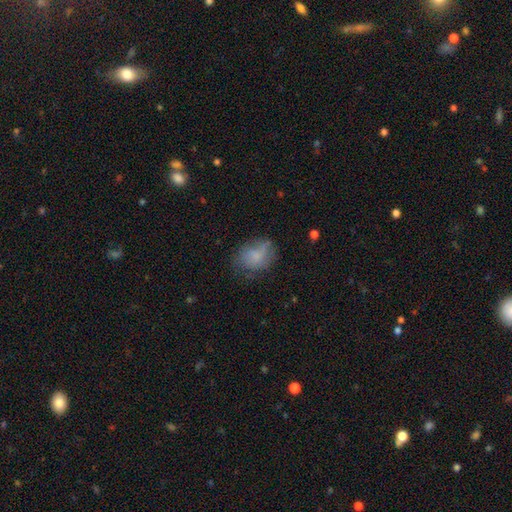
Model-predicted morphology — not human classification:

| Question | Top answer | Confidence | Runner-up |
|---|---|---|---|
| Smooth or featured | smooth | 68% | featured or disk (22%) |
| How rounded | in between | 63% | round (35%) |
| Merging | none | 51% | minor disturbance (29%) |